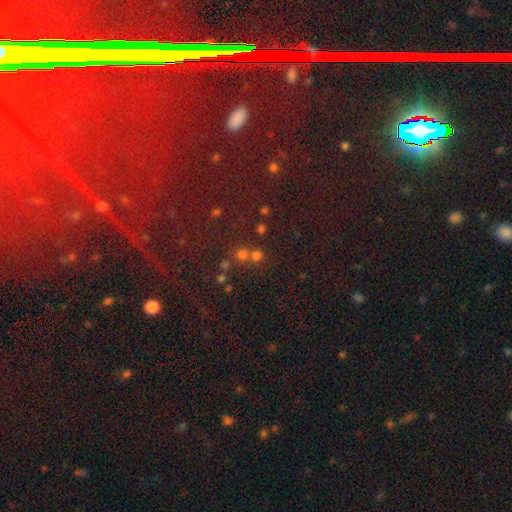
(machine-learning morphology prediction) A smooth galaxy with no disk features (55%) that is round (89%).

Vote fractions:
- Smooth or featured? smooth: 55% / star or artifact: 35% / featured or disk: 9%
- How rounded? round: 89% / in between: 10% / cigar-shaped: 1%
- Merging? none: 59% / merger: 30% / minor disturbance: 7% / major disturbance: 4%